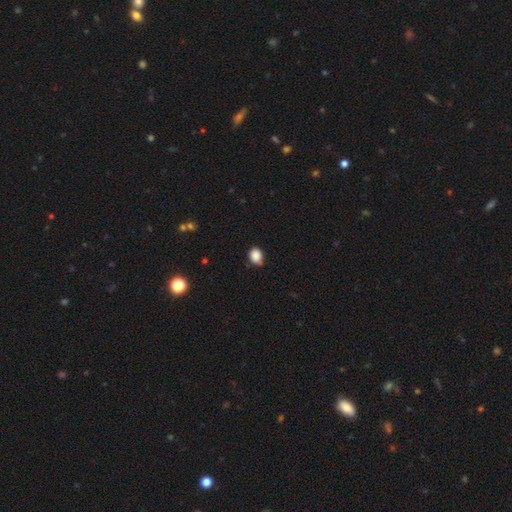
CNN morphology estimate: Smooth or featured?
  - smooth: 87% *
  - star or artifact: 10%
  - featured or disk: 4%
How rounded?
  - round: 50% *
  - in between: 49%
  - cigar-shaped: 1%
Merging?
  - none: 72% *
  - minor disturbance: 23%
  - major disturbance: 3%
  - merger: 2%